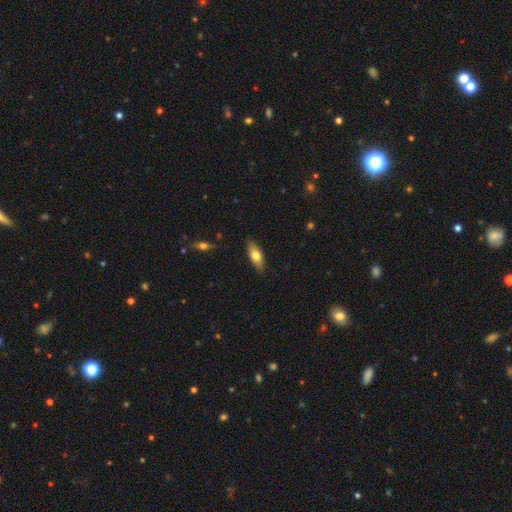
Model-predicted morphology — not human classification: smooth 73%, featured or disk 21%, star or artifact 6%. Down the decision tree: how rounded — in between (77%); merging — none (86%).